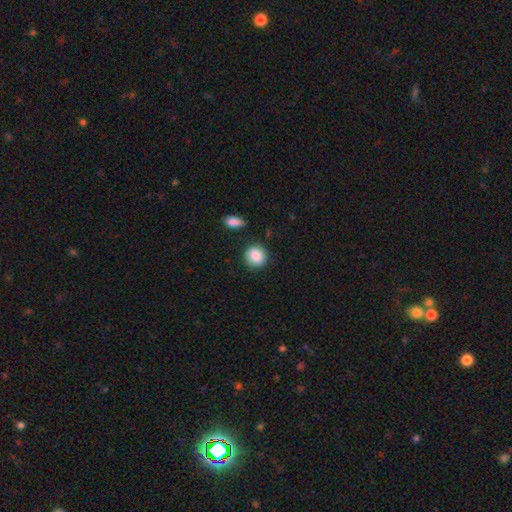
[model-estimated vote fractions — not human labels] Smooth or featured: smooth — 88% (star or artifact — 8%)
How rounded: round — 82% (in between — 17%)
Merging: none — 84% (minor disturbance — 10%)